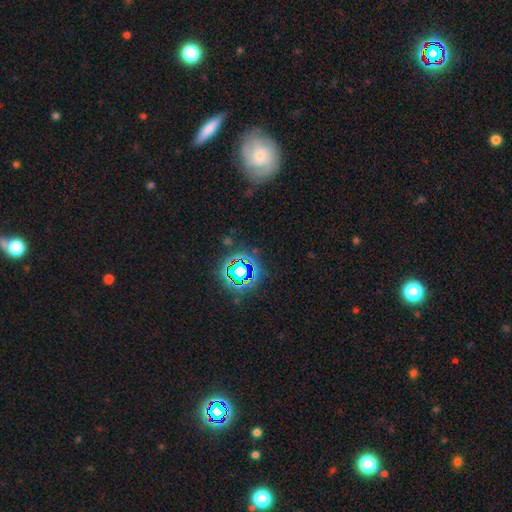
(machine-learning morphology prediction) type=star or artifact (57%).